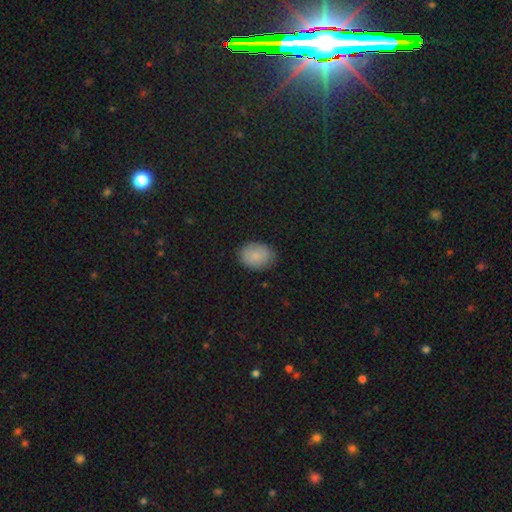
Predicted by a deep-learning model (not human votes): A smooth galaxy with no disk features (84%) that is in between round and cigar-shaped (63%). Merging: none (83%).